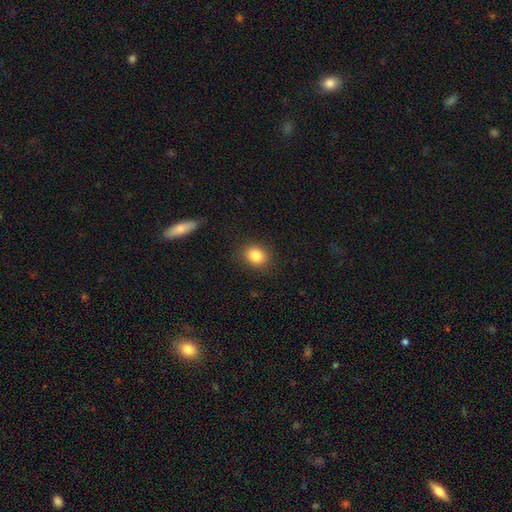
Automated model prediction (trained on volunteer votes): This appears to be a smooth galaxy with no disk features (84%) that is round (62%). Merging: none (86%).